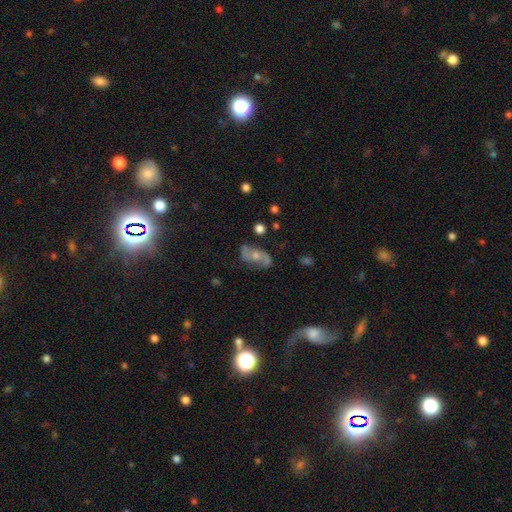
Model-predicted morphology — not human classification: Smooth or featured? featured or disk (73%)
Edge-on disk? no (94%)
Bar? no (67%)
Spiral arms? yes (89%)
Spiral winding? loose (56%)
Spiral arm count? 2 (89%)
Bulge size? moderate (57%)
Merging? none (69%)